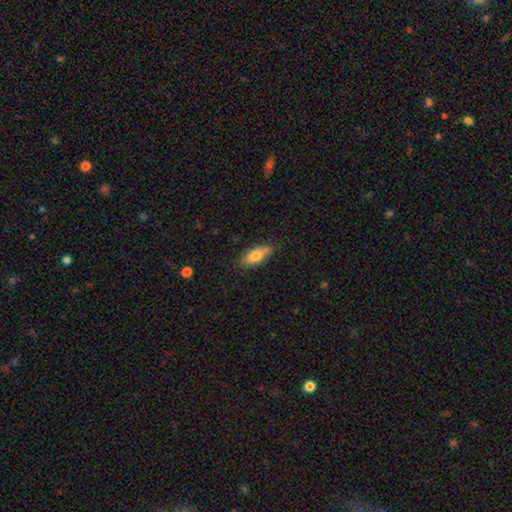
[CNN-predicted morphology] This is likely a smooth galaxy (72%). How rounded: likely in between (73%). Merging: likely none (71%).